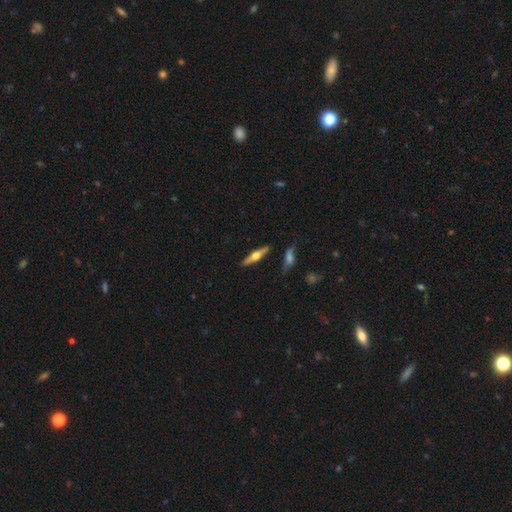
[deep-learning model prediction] Smooth or featured? featured or disk (70%)
Edge-on disk? yes (96%)
Edge-on bulge? rounded (95%)
Merging? none (86%)